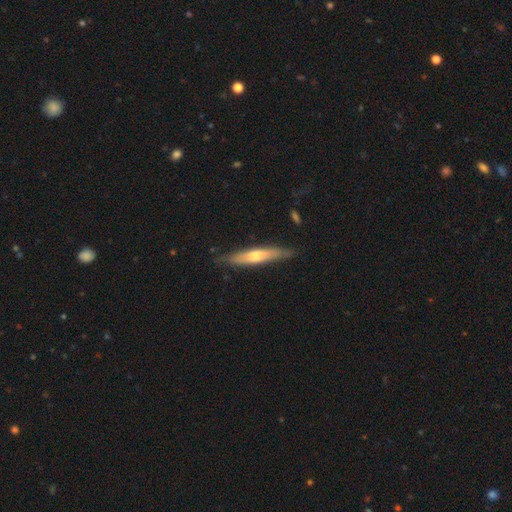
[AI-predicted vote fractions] The model was most divided on "smooth or featured": smooth: 53%, featured or disk: 42%, star or artifact: 5%. More confident: how rounded — cigar-shaped (89%); merging — none (82%).